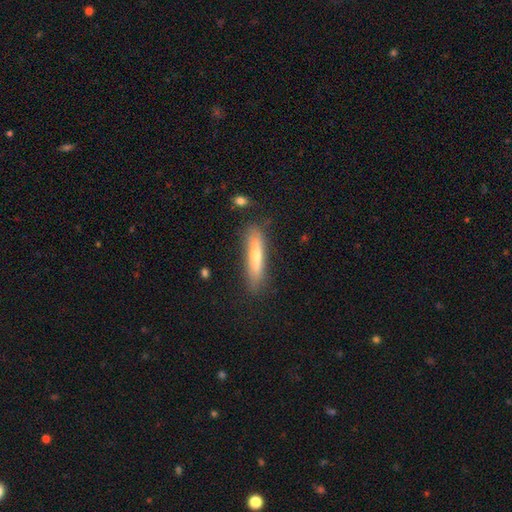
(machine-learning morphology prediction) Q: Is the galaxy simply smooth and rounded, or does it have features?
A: smooth — 57%.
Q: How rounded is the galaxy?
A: cigar-shaped — 84%.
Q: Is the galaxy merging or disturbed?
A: none — 80%.